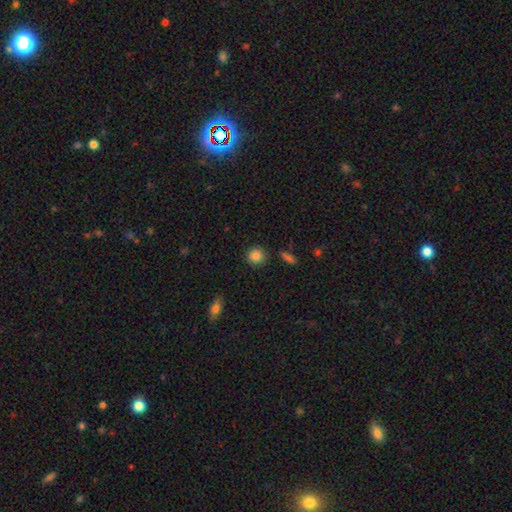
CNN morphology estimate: Q: Smooth or featured?
A: smooth (86%); runner-up: star or artifact (9%)
Q: How rounded?
A: round (88%); runner-up: in between (11%)
Q: Merging?
A: none (88%); runner-up: minor disturbance (8%)